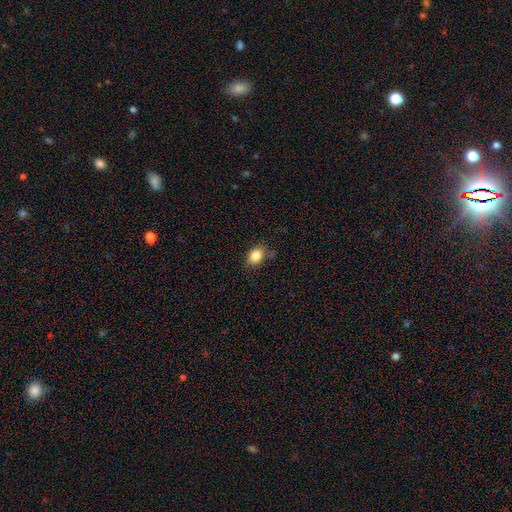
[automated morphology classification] Smooth or featured: smooth — 85% (star or artifact — 9%)
How rounded: in between — 68% (round — 31%)
Merging: none — 74% (minor disturbance — 19%)